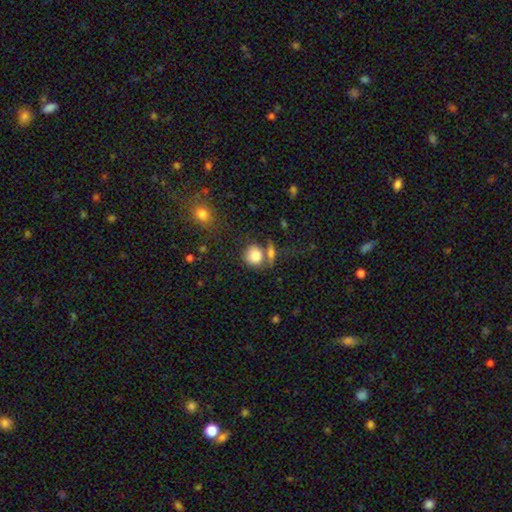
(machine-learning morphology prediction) A smooth galaxy with no disk features (81%) that is round (77%). Merging: none (56%).